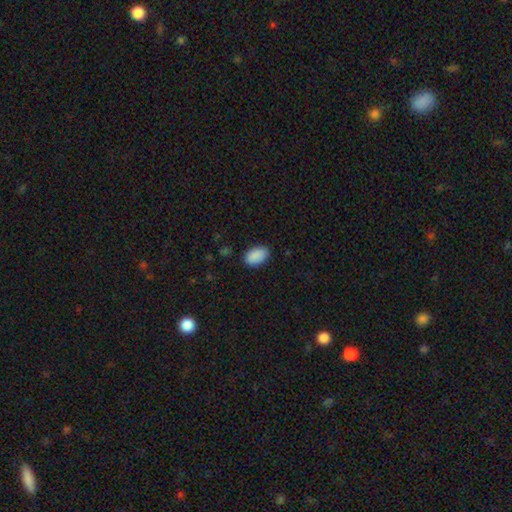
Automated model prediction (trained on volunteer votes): Q: Smooth or featured?
A: smooth (90%); runner-up: star or artifact (7%)
Q: How rounded?
A: in between (92%); runner-up: round (7%)
Q: Merging?
A: none (85%); runner-up: minor disturbance (12%)